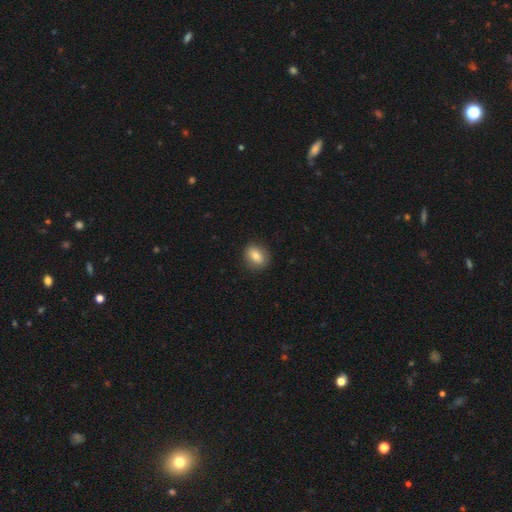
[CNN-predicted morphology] smooth-or-featured: smooth: 76% | featured or disk: 15% | star or artifact: 9%
  how-rounded: in between: 51% | round: 47% | cigar-shaped: 2%
  merging: none: 87% | minor disturbance: 9% | major disturbance: 2% | merger: 1%